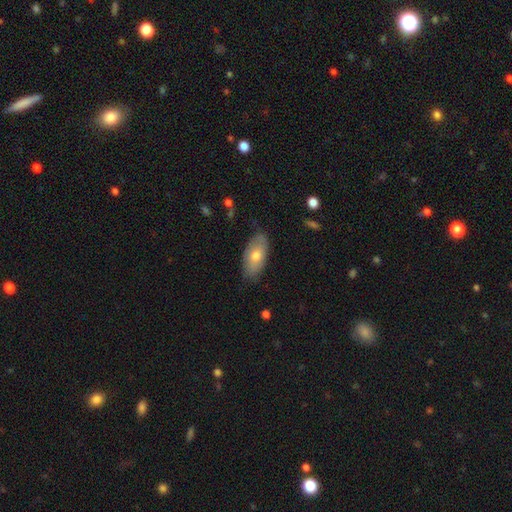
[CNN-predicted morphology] Smooth or featured?
  - smooth: 68% *
  - featured or disk: 26%
  - star or artifact: 6%
How rounded?
  - in between: 91% *
  - cigar-shaped: 6%
  - round: 3%
Merging?
  - none: 80% *
  - minor disturbance: 16%
  - major disturbance: 3%
  - merger: 1%